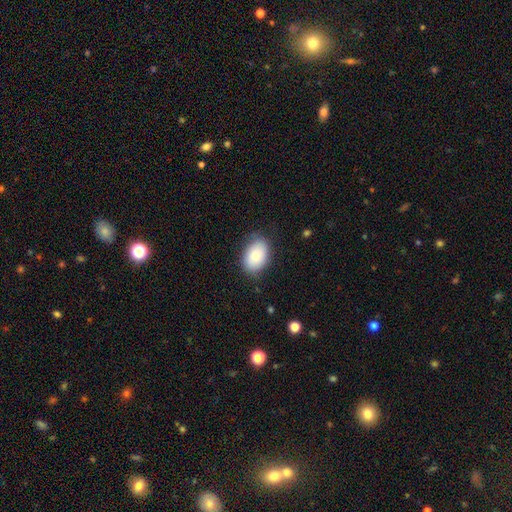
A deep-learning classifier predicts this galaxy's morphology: smooth 83%, featured or disk 10%, star or artifact 7%. Down the decision tree: how rounded — in between (87%); merging — none (80%).